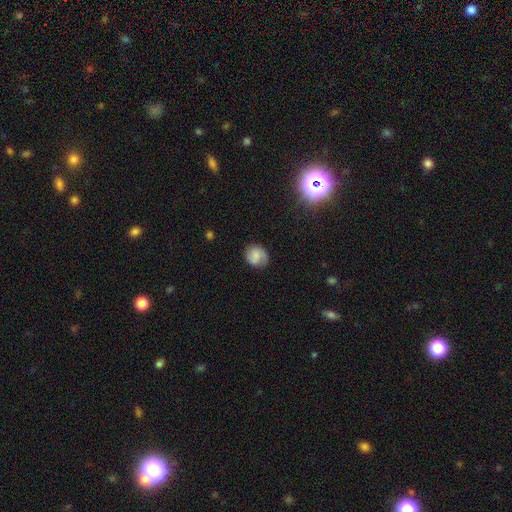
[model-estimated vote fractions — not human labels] Morphology: type=smooth (70%); roundness=round (77%); merging=none (73%).